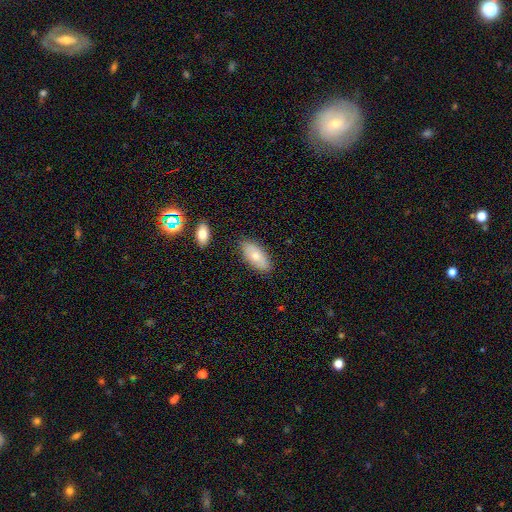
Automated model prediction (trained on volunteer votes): A smooth galaxy with no disk features (72%) that is in between round and cigar-shaped (90%).

Vote fractions:
- Smooth or featured? smooth: 72% / featured or disk: 21% / star or artifact: 6%
- How rounded? in between: 90% / cigar-shaped: 7% / round: 3%
- Merging? none: 83% / minor disturbance: 12% / merger: 2% / major disturbance: 2%